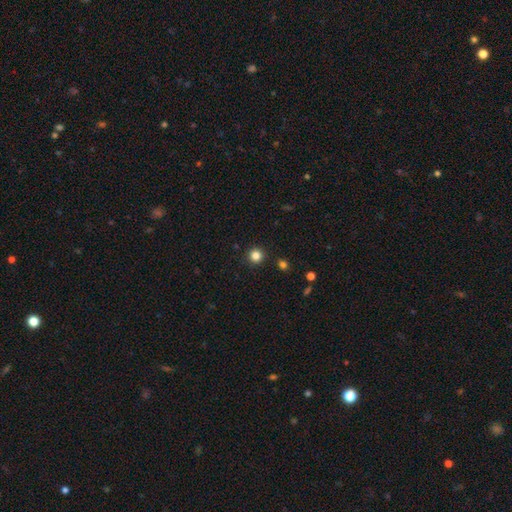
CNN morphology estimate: type=smooth (83%); roundness=round (95%); merging=none (92%).